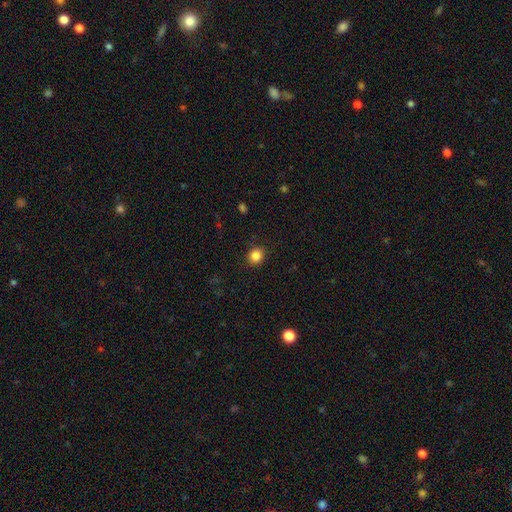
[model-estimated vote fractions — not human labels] Q: Smooth or featured?
A: smooth (85%); runner-up: star or artifact (11%)
Q: How rounded?
A: round (86%); runner-up: in between (13%)
Q: Merging?
A: none (90%); runner-up: minor disturbance (7%)